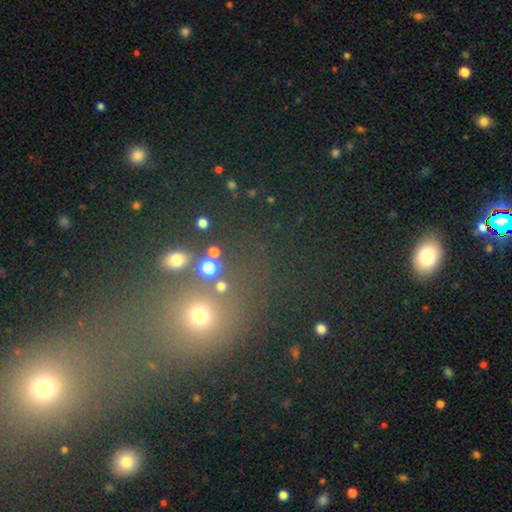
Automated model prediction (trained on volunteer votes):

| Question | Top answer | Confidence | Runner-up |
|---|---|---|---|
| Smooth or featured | star or artifact | 47% | smooth (41%) |